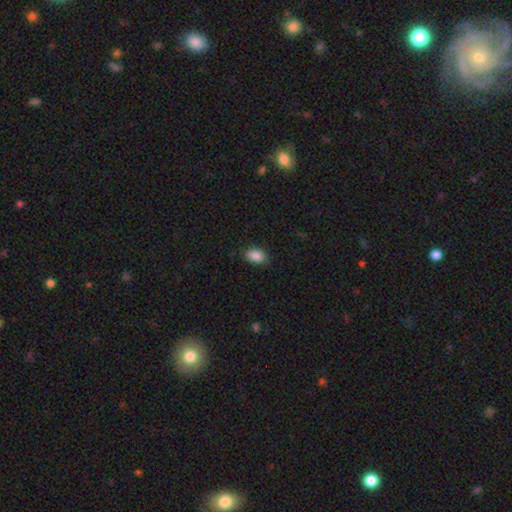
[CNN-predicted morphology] smooth 88%, star or artifact 8%, featured or disk 4%. Down the decision tree: how rounded — in between (90%); merging — none (86%).